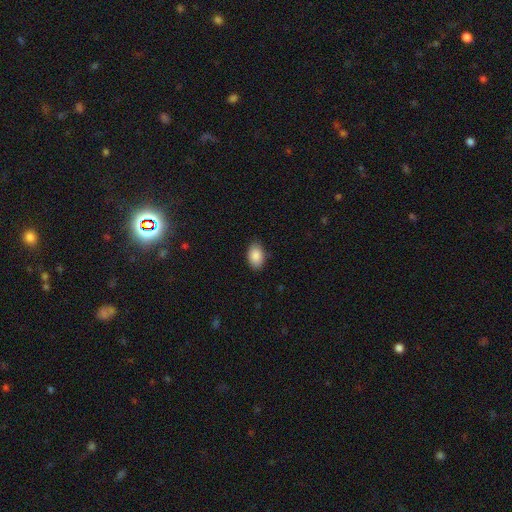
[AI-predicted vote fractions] This appears to be a smooth galaxy with no disk features (89%) that is in between round and cigar-shaped (89%). Merging: none (85%).